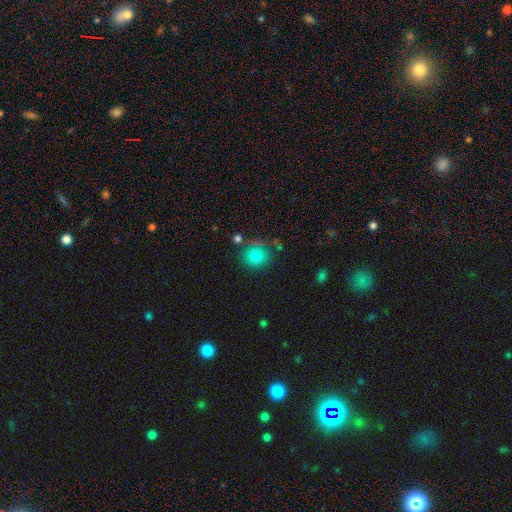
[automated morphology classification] Smooth or featured? smooth (79%)
How rounded? round (88%)
Merging? none (72%)